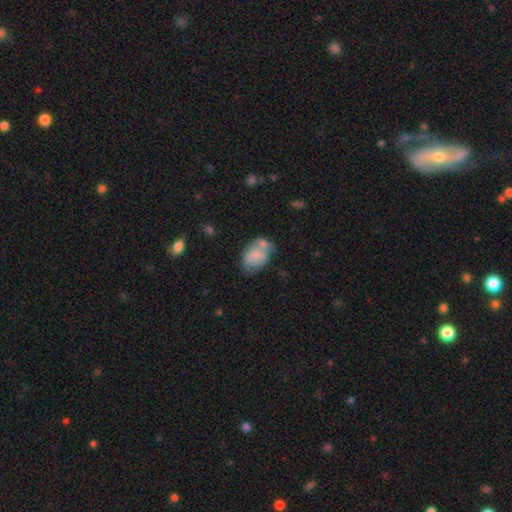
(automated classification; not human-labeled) Smooth or featured? Predicted: smooth (p=0.71). How rounded? Predicted: in between (p=0.81). Merging? Predicted: none (p=0.34).